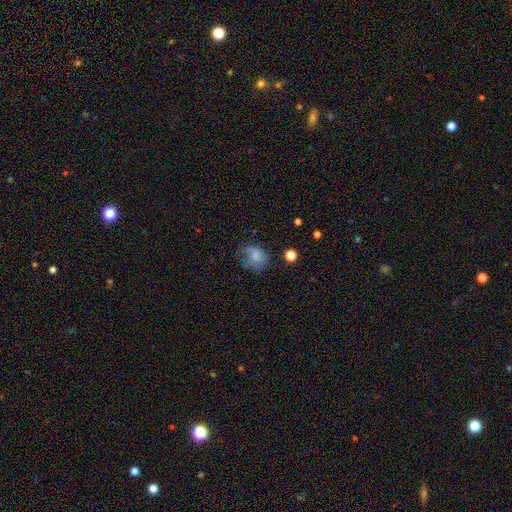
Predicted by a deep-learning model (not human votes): Q: Smooth or featured?
A: smooth (69%); runner-up: featured or disk (19%)
Q: How rounded?
A: round (57%); runner-up: in between (42%)
Q: Merging?
A: none (46%); runner-up: minor disturbance (27%)